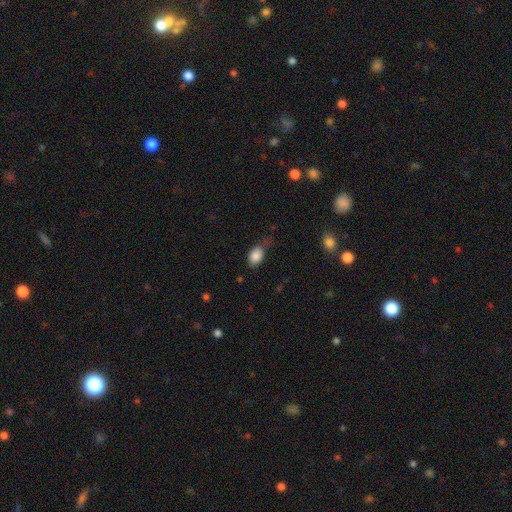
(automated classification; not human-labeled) Smooth or featured?
  - smooth: 86% *
  - star or artifact: 8%
  - featured or disk: 5%
How rounded?
  - in between: 83% *
  - round: 16%
  - cigar-shaped: 2%
Merging?
  - none: 52% *
  - minor disturbance: 32%
  - major disturbance: 12%
  - merger: 3%